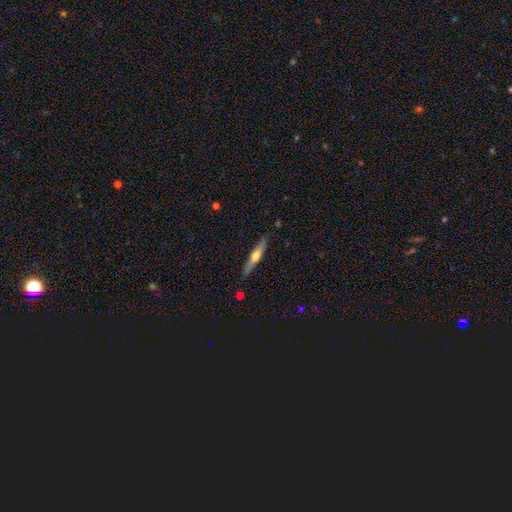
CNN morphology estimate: type=featured or disk (56%); edge-on=yes (94%); edge-on bulge=rounded (88%); merging=none (86%).